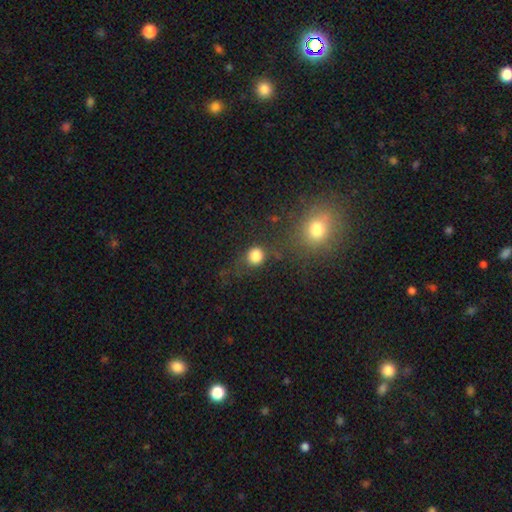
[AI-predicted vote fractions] smooth 82%, star or artifact 12%, featured or disk 6%. Down the decision tree: how rounded — round (85%); merging — none (68%).